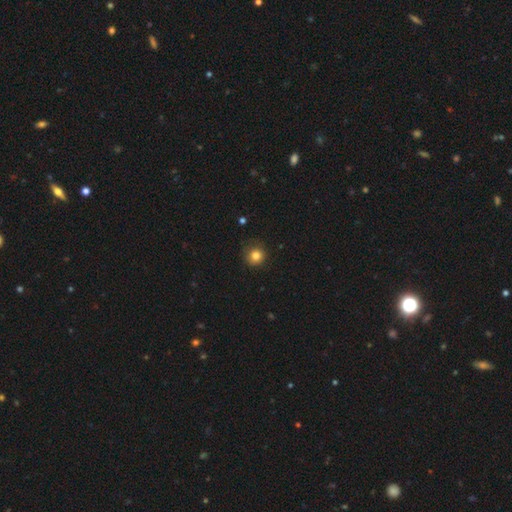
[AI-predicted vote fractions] The model was most divided on "smooth or featured": smooth: 82%, star or artifact: 12%, featured or disk: 6%. More confident: how rounded — round (92%); merging — none (85%).